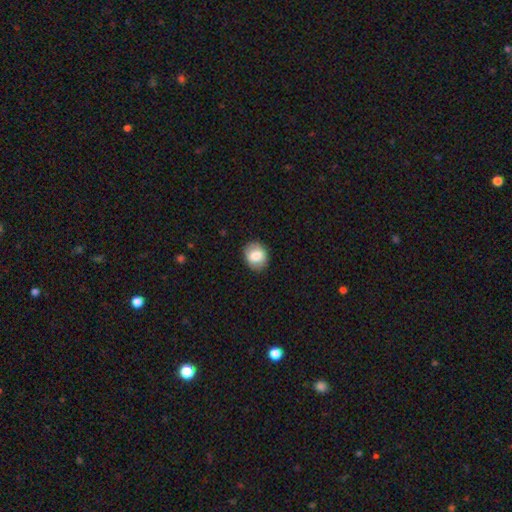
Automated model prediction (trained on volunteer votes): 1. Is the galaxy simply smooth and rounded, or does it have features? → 80% smooth, 13% featured or disk, 8% star or artifact.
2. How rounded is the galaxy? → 56% round, 43% in between, 1% cigar-shaped.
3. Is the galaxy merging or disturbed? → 85% none, 11% minor disturbance, 3% major disturbance, 1% merger.